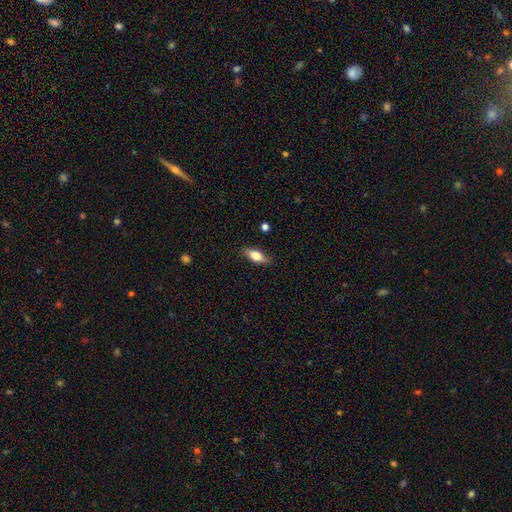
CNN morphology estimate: Smooth or featured: smooth — 71% (featured or disk — 22%)
How rounded: in between — 73% (cigar-shaped — 24%)
Merging: none — 81% (minor disturbance — 15%)